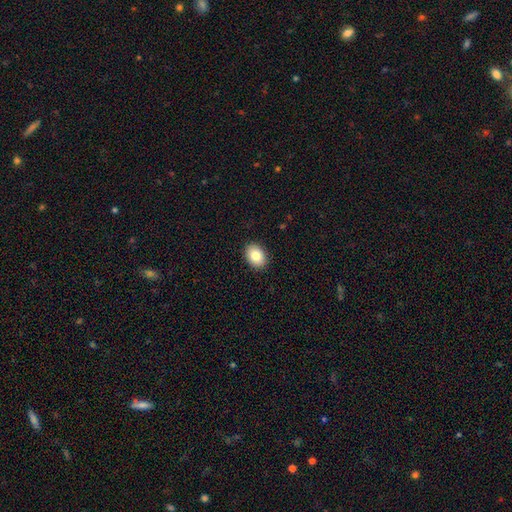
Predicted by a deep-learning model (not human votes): Overall: smooth (83%). How rounded: in between (74%). Merging: none (90%).